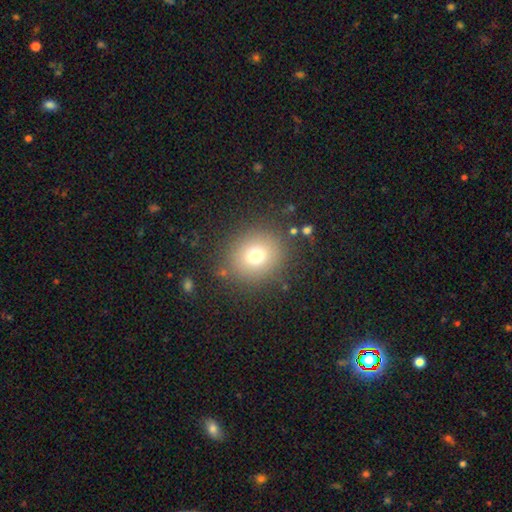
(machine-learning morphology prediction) Smooth or featured? Predicted: smooth (p=0.72). How rounded? Predicted: round (p=0.85). Merging? Predicted: none (p=0.85).